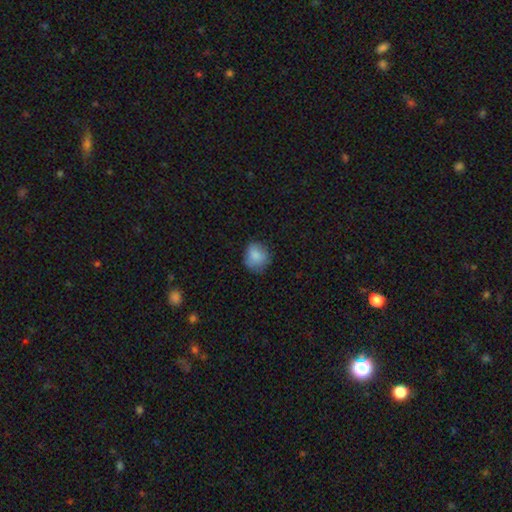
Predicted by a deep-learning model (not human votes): smooth_or_featured: smooth (p=0.83) [alt: star or artifact p=0.09]
how_rounded: round (p=0.77) [alt: in between p=0.22]
merging: none (p=0.72) [alt: minor disturbance p=0.21]